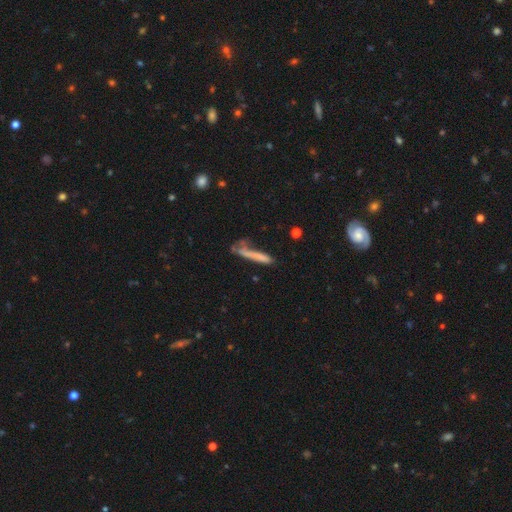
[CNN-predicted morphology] Smooth or featured: smooth — 65% (featured or disk — 25%)
How rounded: cigar-shaped — 92% (in between — 6%)
Merging: none — 51% (minor disturbance — 24%)